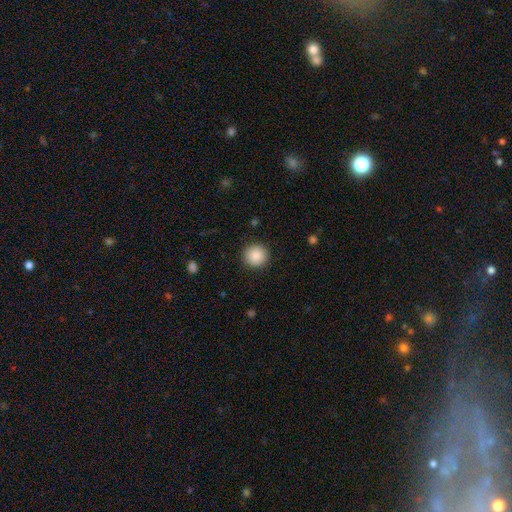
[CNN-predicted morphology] smooth_or_featured: smooth (p=0.88) [alt: star or artifact p=0.08]
how_rounded: round (p=0.95) [alt: in between p=0.04]
merging: none (p=0.91) [alt: minor disturbance p=0.06]